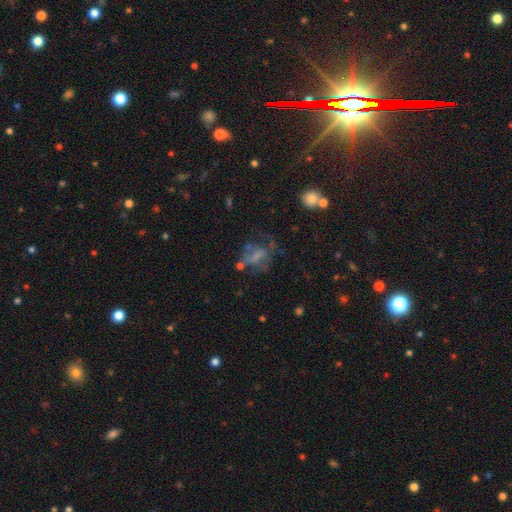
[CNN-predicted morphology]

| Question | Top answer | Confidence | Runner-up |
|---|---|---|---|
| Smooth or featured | smooth | 42% | featured or disk (41%) |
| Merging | major disturbance | 40% | none (31%) |